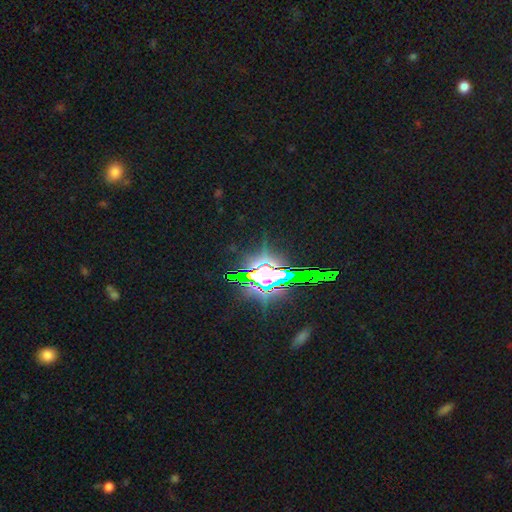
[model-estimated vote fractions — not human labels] Smooth or featured: star or artifact — 84% (featured or disk — 8%)